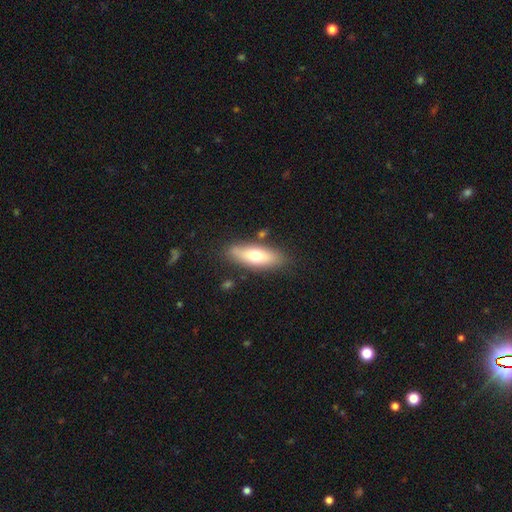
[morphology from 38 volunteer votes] Smooth or featured? smooth (74%)
How rounded? in between (79%)
Merging? none (83%)